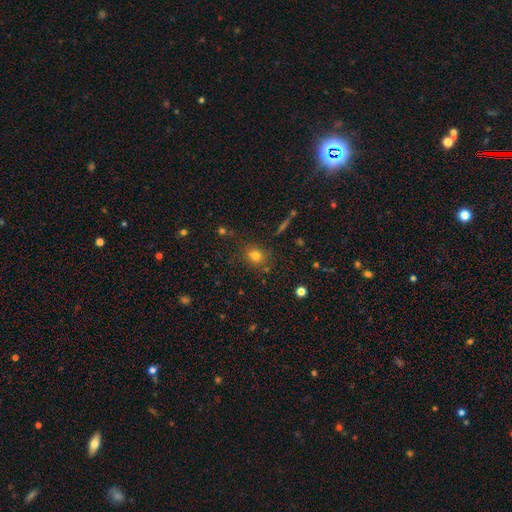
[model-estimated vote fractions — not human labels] Smooth or featured?
  - smooth: 75% *
  - star or artifact: 15%
  - featured or disk: 10%
How rounded?
  - round: 70% *
  - in between: 29%
  - cigar-shaped: 1%
Merging?
  - none: 78% *
  - minor disturbance: 13%
  - merger: 4%
  - major disturbance: 4%